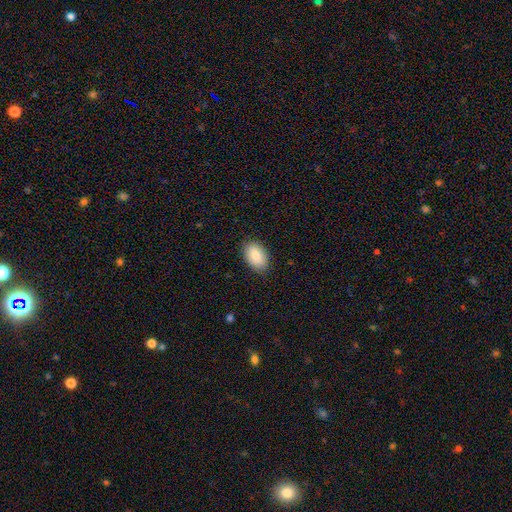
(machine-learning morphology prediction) Overall: smooth (85%). How rounded: in between (91%). Merging: none (85%).